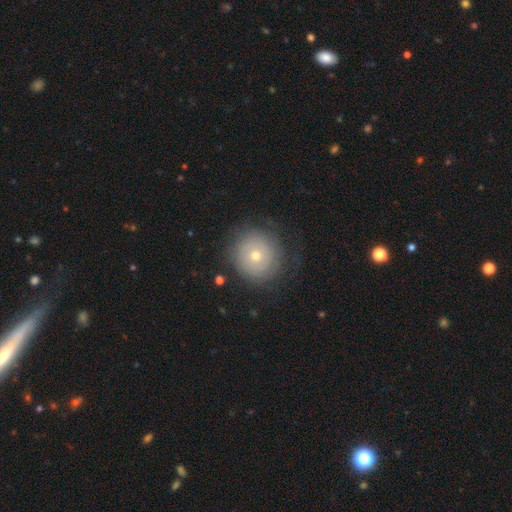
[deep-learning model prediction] Smooth or featured? smooth (49%)
Merging? none (80%)